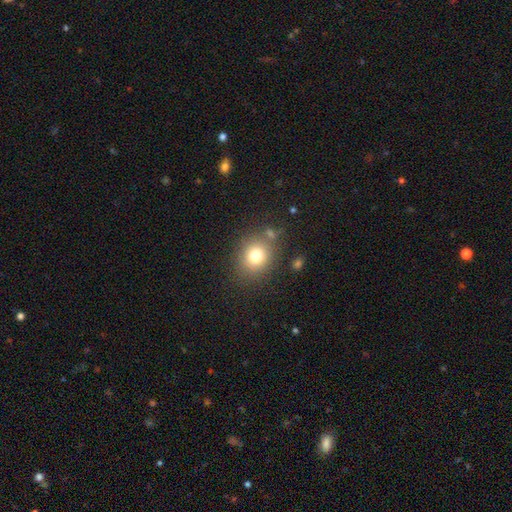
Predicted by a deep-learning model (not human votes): Smooth or featured?
  - smooth: 77% *
  - star or artifact: 13%
  - featured or disk: 11%
How rounded?
  - round: 66% *
  - in between: 33%
  - cigar-shaped: 1%
Merging?
  - none: 76% *
  - minor disturbance: 12%
  - merger: 7%
  - major disturbance: 5%